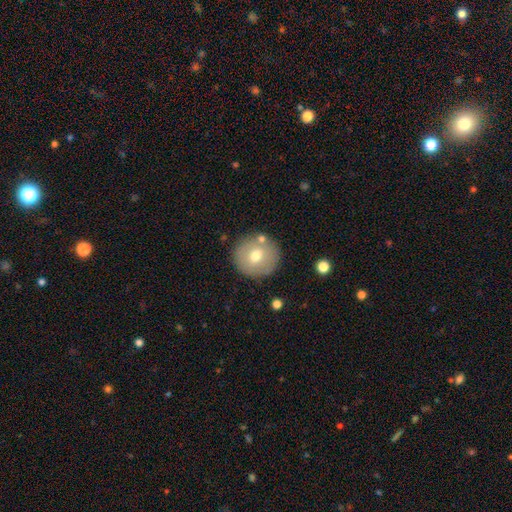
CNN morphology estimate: The model was most divided on "smooth or featured": smooth: 68%, featured or disk: 23%, star or artifact: 9%. More confident: how rounded — round (93%); merging — none (82%).